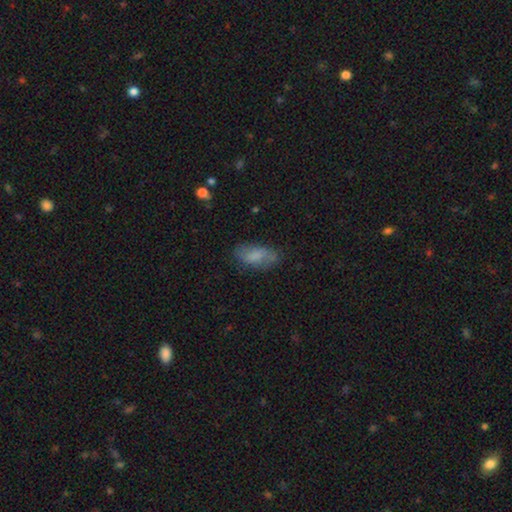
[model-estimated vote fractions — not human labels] smooth 68%, featured or disk 24%, star or artifact 8%. Down the decision tree: how rounded — in between (87%); merging — none (70%).